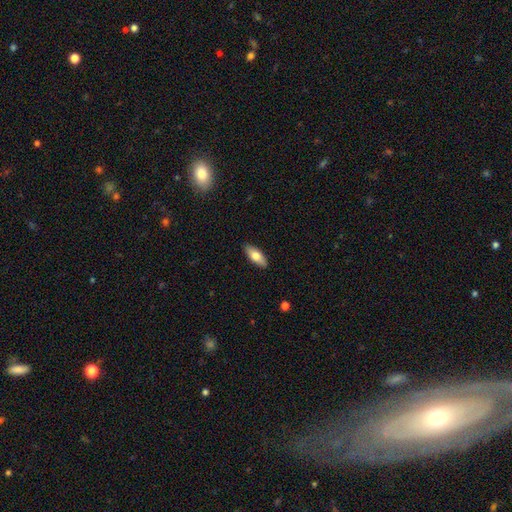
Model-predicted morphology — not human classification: Smooth or featured: smooth — 72% (featured or disk — 23%)
How rounded: in between — 78% (cigar-shaped — 20%)
Merging: none — 89% (minor disturbance — 8%)